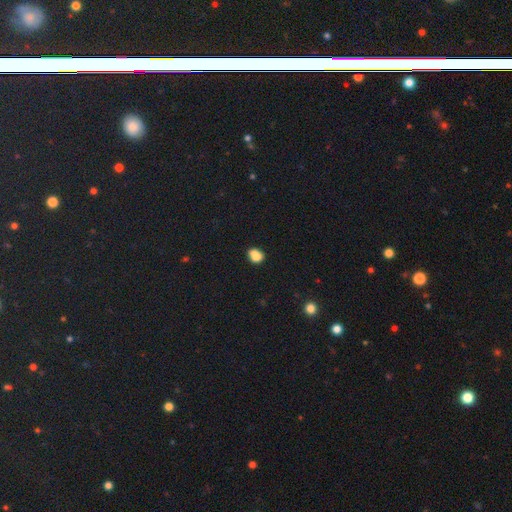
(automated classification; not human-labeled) A smooth galaxy with no disk features (79%) that is in between round and cigar-shaped (50%). Merging: none (49%).